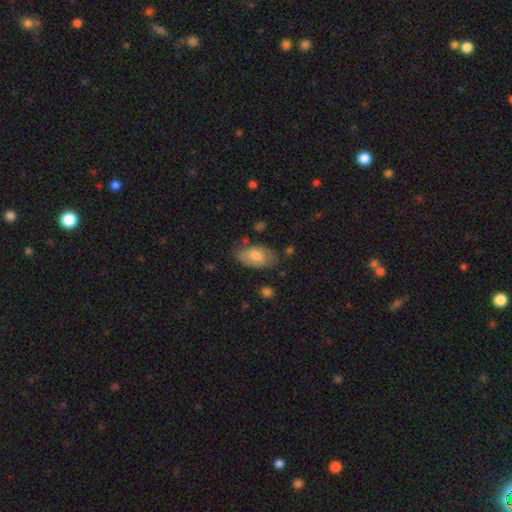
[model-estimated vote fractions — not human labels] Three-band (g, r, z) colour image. It shows a smooth galaxy with no disk features (72%) that is in between round and cigar-shaped (93%). Merging: none (70%).